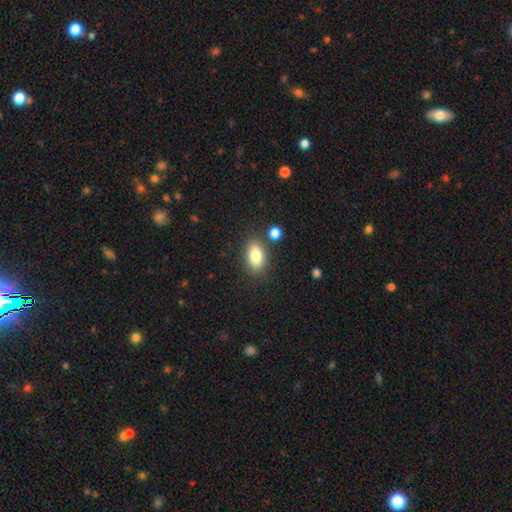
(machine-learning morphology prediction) Overall: smooth (83%). How rounded: in between (89%). Merging: none (80%).